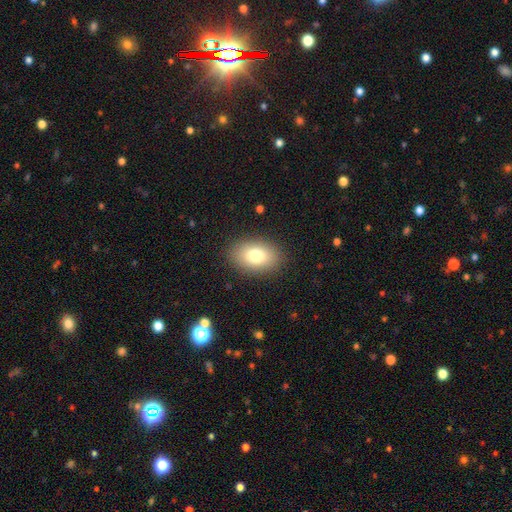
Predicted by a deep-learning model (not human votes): Smooth or featured? Predicted: smooth (p=0.80). How rounded? Predicted: in between (p=0.87). Merging? Predicted: none (p=0.87).